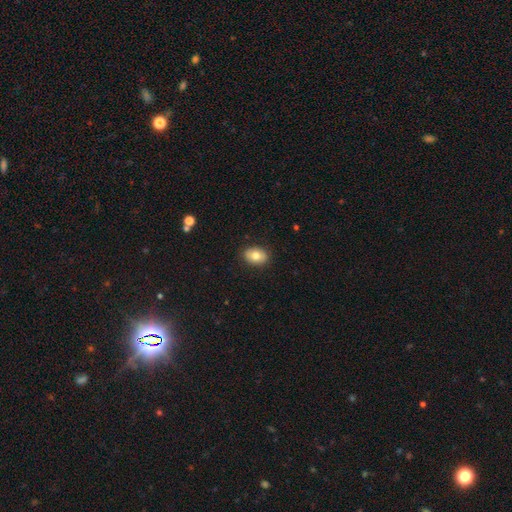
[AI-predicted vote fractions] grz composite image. It shows a smooth galaxy with no disk features (78%) that is in between round and cigar-shaped (79%). Merging: none (89%).